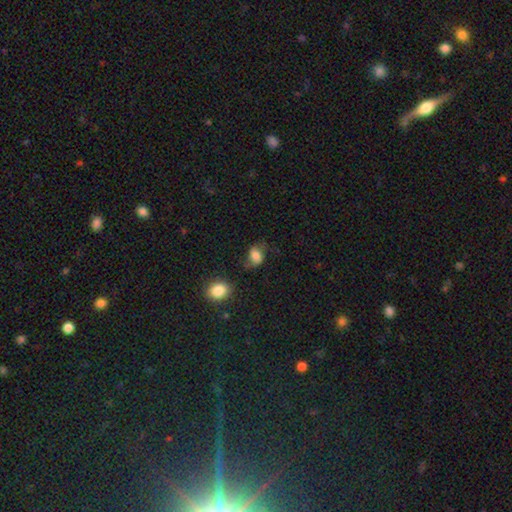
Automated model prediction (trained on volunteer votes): smooth 70%, featured or disk 19%, star or artifact 11%. Down the decision tree: how rounded — in between (72%); merging — none (52%).